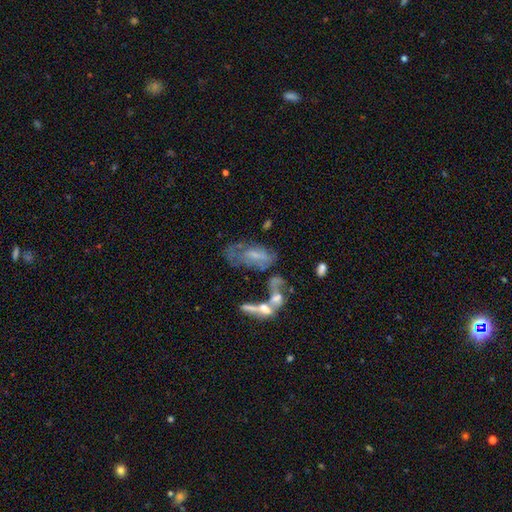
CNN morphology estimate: Smooth or featured: featured or disk — 56% (smooth — 32%)
Edge-on disk: no — 89% (yes — 11%)
Merging: major disturbance — 31% (none — 28%)